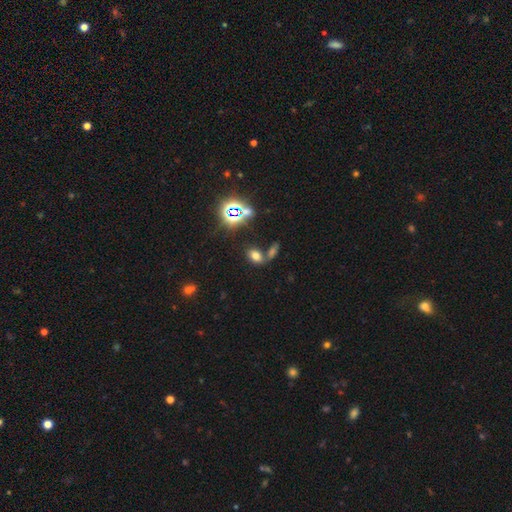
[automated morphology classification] This appears to be a smooth galaxy with no disk features (63%) that is in between round and cigar-shaped (83%). Merging: none (53%).